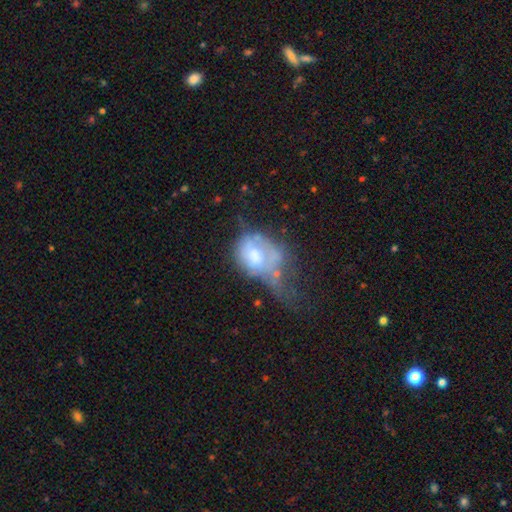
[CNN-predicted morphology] Smooth or featured? smooth (46%)
Merging? major disturbance (51%)